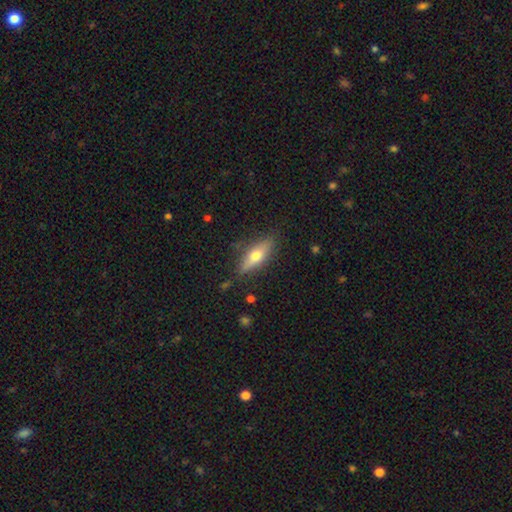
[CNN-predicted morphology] The model was most divided on "smooth or featured": smooth: 48%, featured or disk: 46%, star or artifact: 7%. More confident: merging — none (84%).